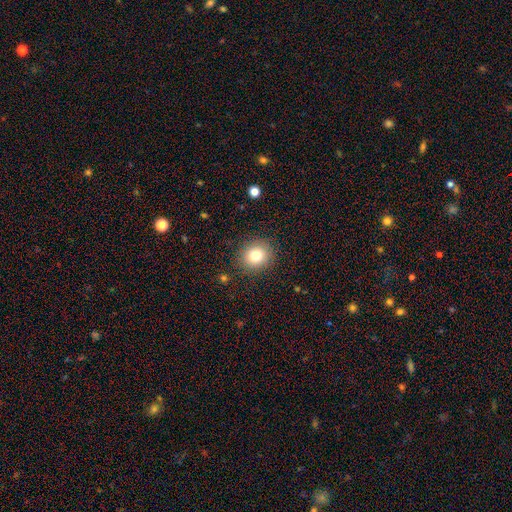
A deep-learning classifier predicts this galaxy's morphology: Smooth or featured? smooth (79%)
How rounded? round (80%)
Merging? none (88%)